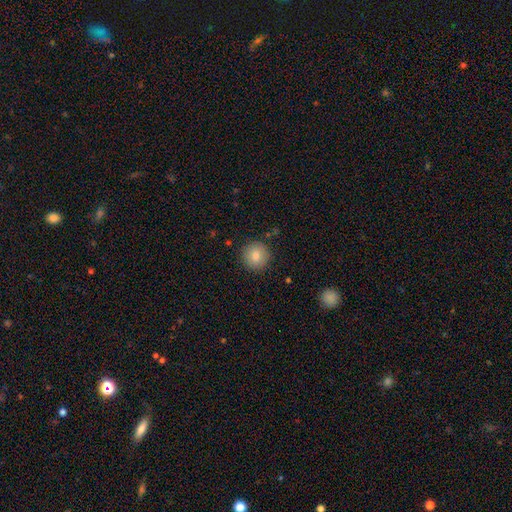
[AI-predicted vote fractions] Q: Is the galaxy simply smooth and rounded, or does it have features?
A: smooth — 82%.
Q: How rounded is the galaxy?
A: round — 94%.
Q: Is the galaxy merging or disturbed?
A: none — 90%.